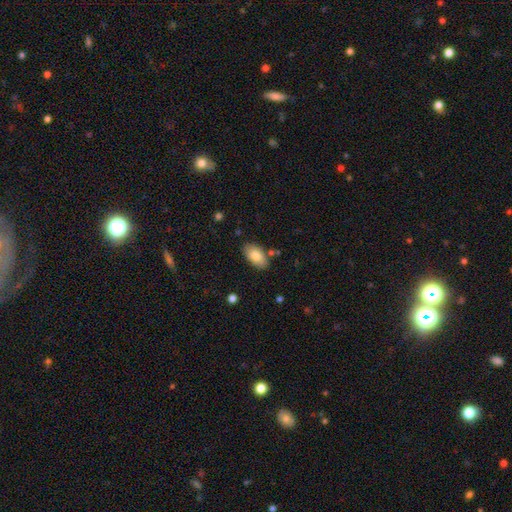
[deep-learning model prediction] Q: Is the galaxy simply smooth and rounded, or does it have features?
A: smooth — 82%.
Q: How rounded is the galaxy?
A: in between — 94%.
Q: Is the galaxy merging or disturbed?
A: none — 81%.